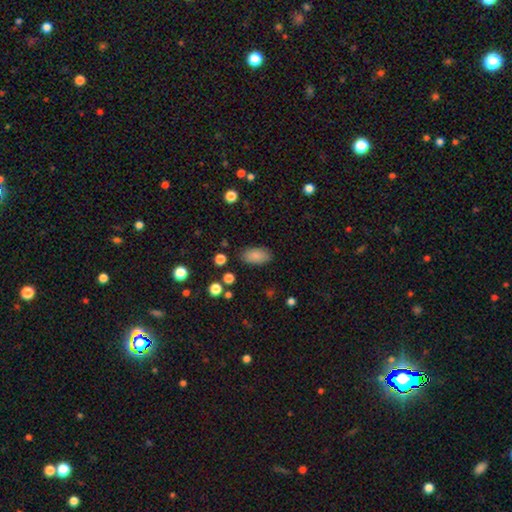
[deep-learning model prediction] smooth_or_featured: smooth (p=0.86) [alt: star or artifact p=0.08]
how_rounded: in between (p=0.93) [alt: round p=0.04]
merging: none (p=0.85) [alt: minor disturbance p=0.10]